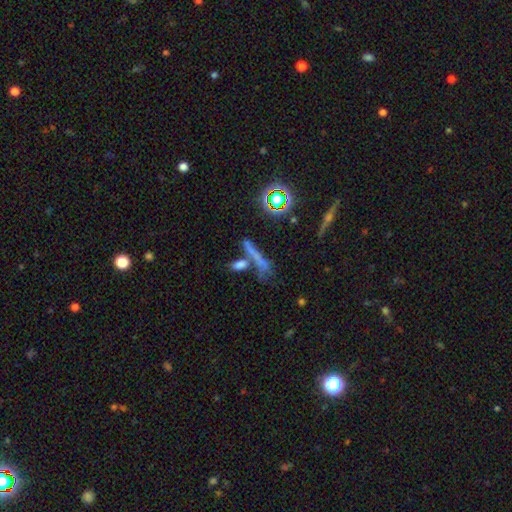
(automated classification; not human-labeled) This is possibly a smooth galaxy (46%). Merging: possibly none (54%).